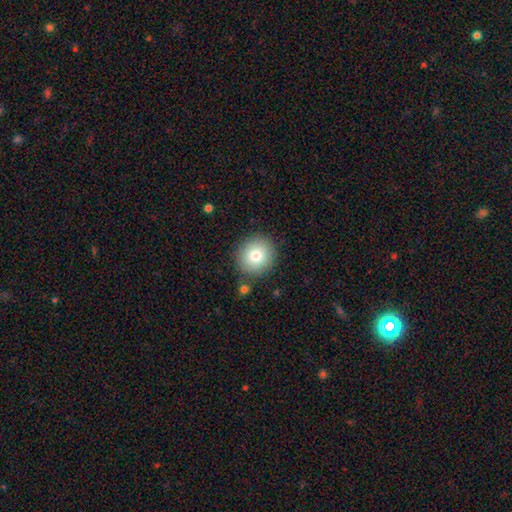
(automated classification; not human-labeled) This appears to be a smooth galaxy with no disk features (81%) that is round (89%). Merging: none (86%).